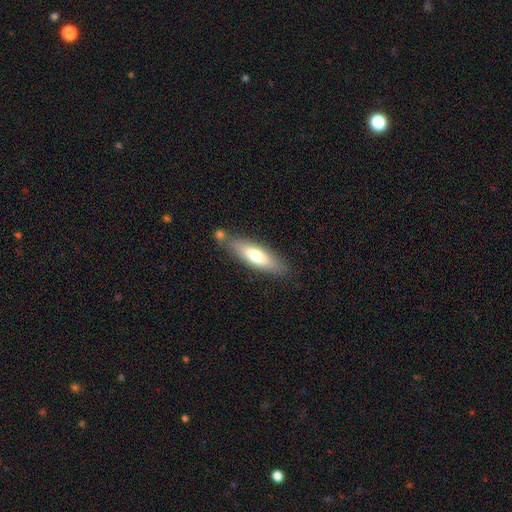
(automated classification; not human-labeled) Overall: smooth (66%; featured or disk 28%). How rounded: cigar-shaped (59%; in between 40%). Merging: none (71%).